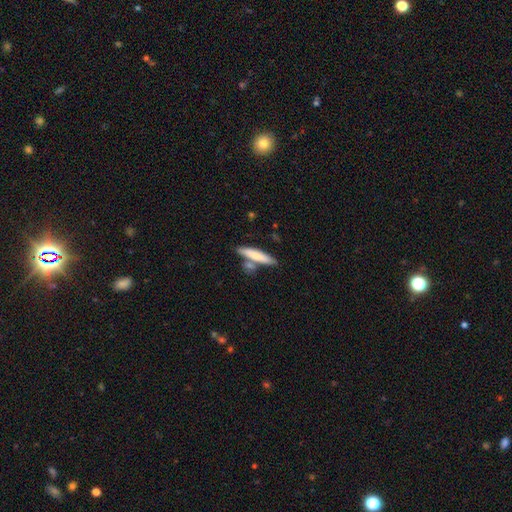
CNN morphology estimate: smooth_or_featured: smooth (p=0.69) [alt: featured or disk p=0.25]
how_rounded: cigar-shaped (p=0.80) [alt: in between p=0.18]
merging: none (p=0.65) [alt: merger p=0.20]